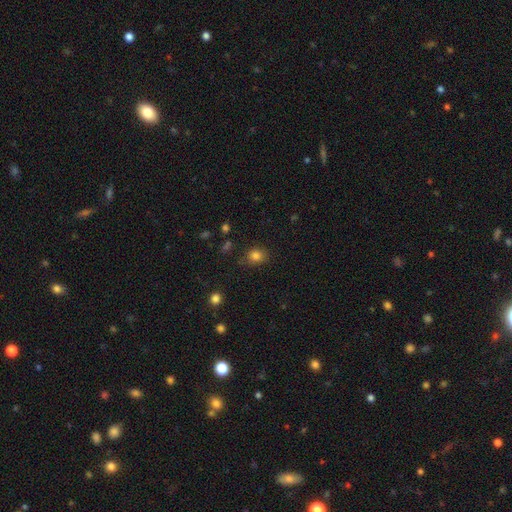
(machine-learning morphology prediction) type=smooth (81%); roundness=round (65%); merging=none (78%).